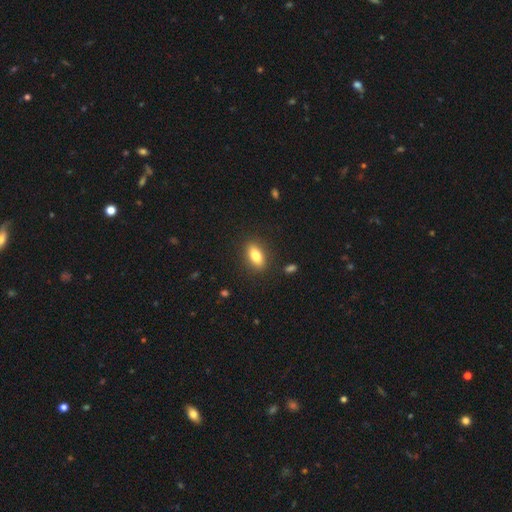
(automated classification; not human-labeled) Smooth or featured?
  - smooth: 81% *
  - featured or disk: 11%
  - star or artifact: 8%
How rounded?
  - in between: 84% *
  - cigar-shaped: 11%
  - round: 5%
Merging?
  - none: 87% *
  - minor disturbance: 9%
  - major disturbance: 3%
  - merger: 2%